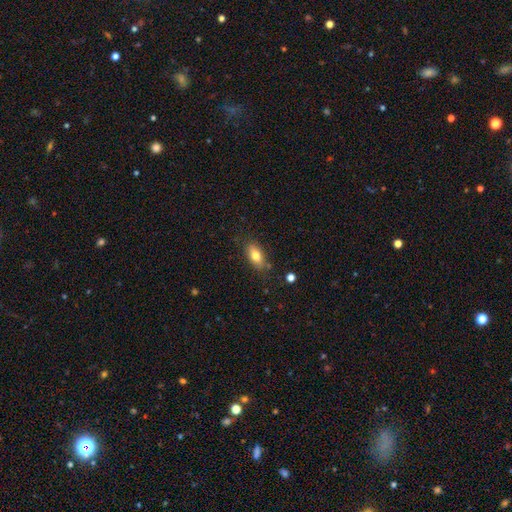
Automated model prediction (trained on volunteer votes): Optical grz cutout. It shows a smooth galaxy with no disk features (76%) that is in between round and cigar-shaped (85%). Merging: none (79%).